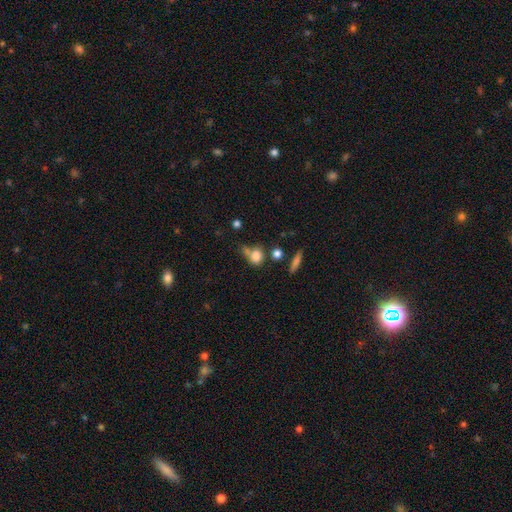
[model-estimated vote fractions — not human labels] Smooth or featured?
  - smooth: 80% *
  - star or artifact: 11%
  - featured or disk: 9%
How rounded?
  - round: 57% *
  - in between: 39%
  - cigar-shaped: 4%
Merging?
  - none: 44% *
  - merger: 29%
  - minor disturbance: 18%
  - major disturbance: 10%